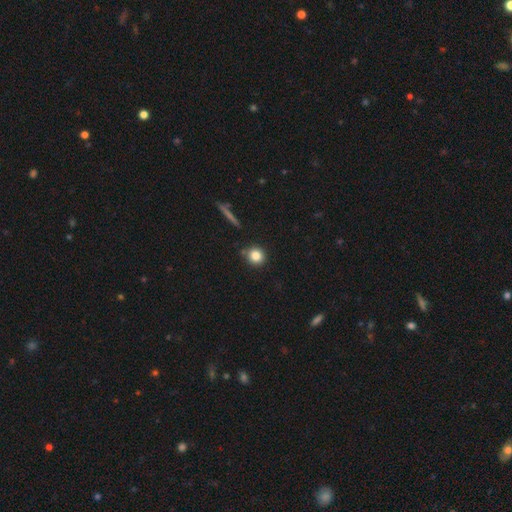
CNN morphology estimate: Smooth or featured: smooth — 82% (star or artifact — 11%)
How rounded: round — 92% (in between — 7%)
Merging: none — 84% (minor disturbance — 9%)